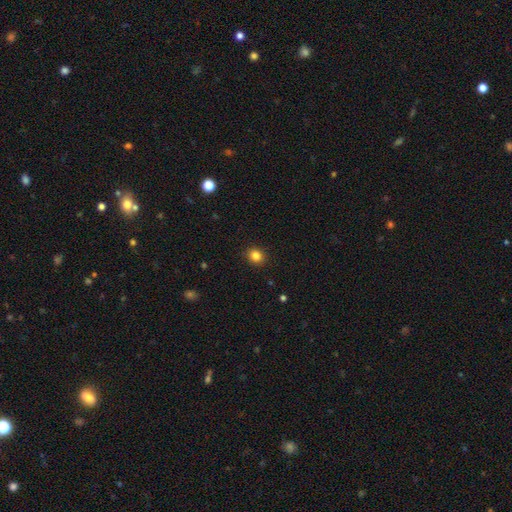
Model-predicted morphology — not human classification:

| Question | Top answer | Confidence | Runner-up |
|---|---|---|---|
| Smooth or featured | smooth | 83% | star or artifact (12%) |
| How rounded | round | 83% | in between (16%) |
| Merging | none | 92% | minor disturbance (5%) |